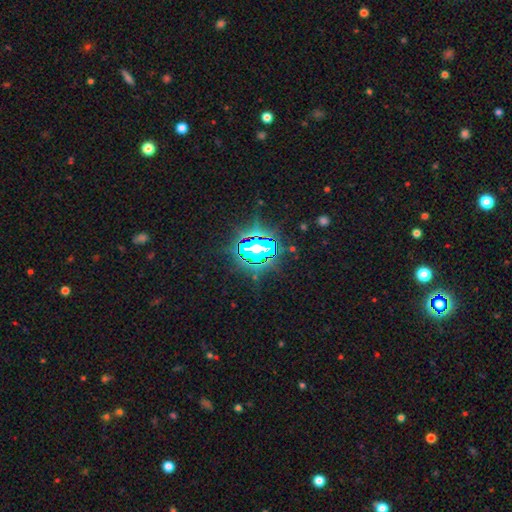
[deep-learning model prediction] Morphology: type=star or artifact (81%).